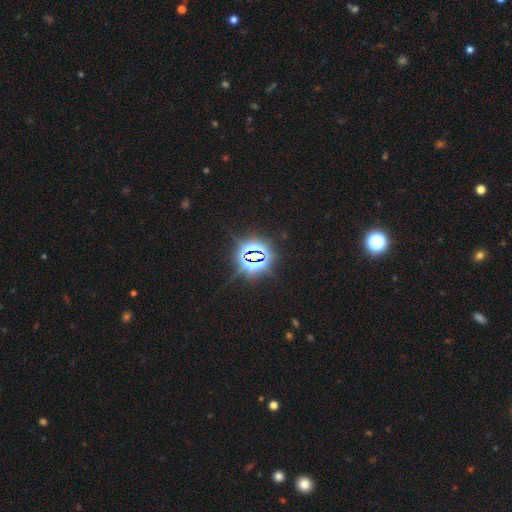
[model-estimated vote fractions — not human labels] star or artifact 82%, smooth 10%, featured or disk 7%.